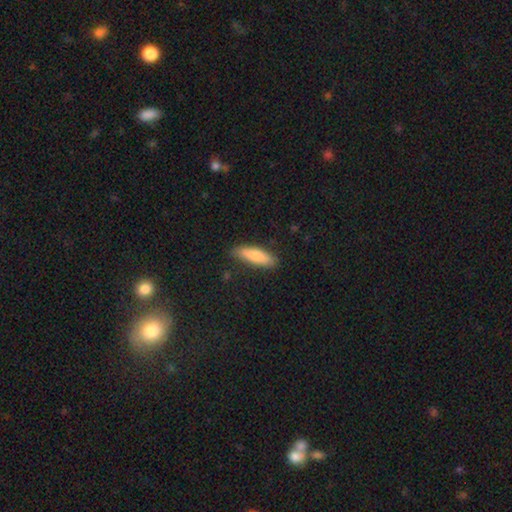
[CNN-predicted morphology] Q: Smooth or featured?
A: smooth (82%); runner-up: featured or disk (12%)
Q: How rounded?
A: cigar-shaped (63%); runner-up: in between (35%)
Q: Merging?
A: none (84%); runner-up: minor disturbance (13%)